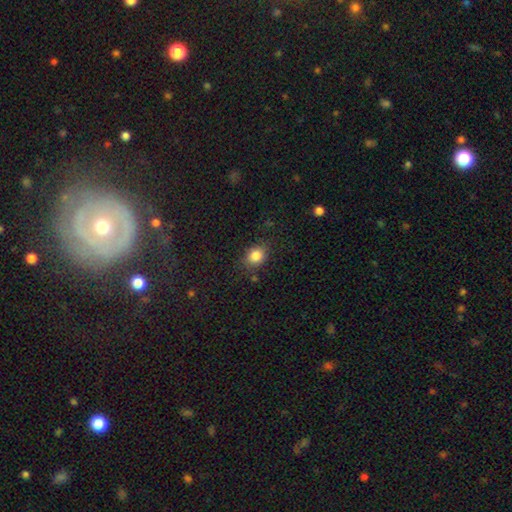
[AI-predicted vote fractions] This appears to be a smooth galaxy with no disk features (84%) that is round (57%). Merging: none (77%).